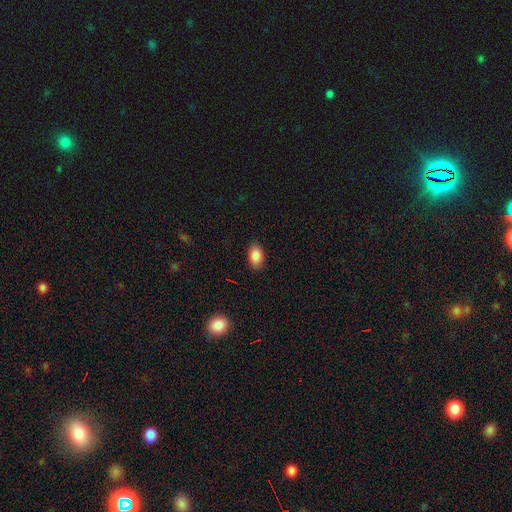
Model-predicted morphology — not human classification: Smooth or featured? smooth (88%)
How rounded? in between (91%)
Merging? none (86%)